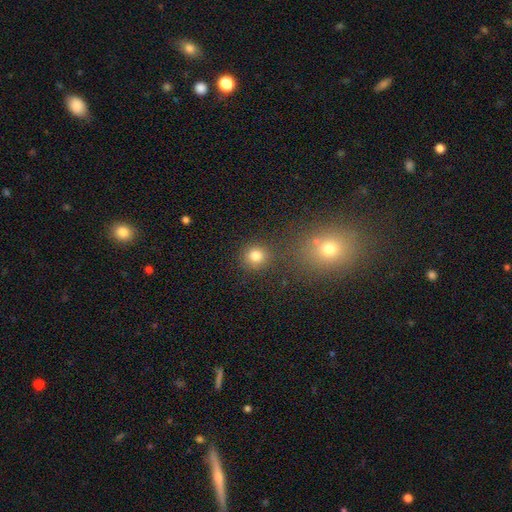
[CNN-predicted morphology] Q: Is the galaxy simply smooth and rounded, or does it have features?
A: smooth — 80%.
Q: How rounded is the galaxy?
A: round — 87%.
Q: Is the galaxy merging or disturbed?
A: none — 81%.